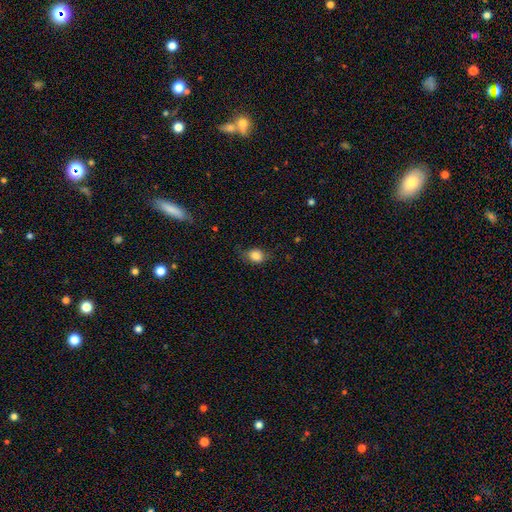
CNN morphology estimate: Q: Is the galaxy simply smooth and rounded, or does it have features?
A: smooth — 82%.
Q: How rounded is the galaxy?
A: in between — 57%.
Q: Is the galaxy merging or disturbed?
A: none — 67%.